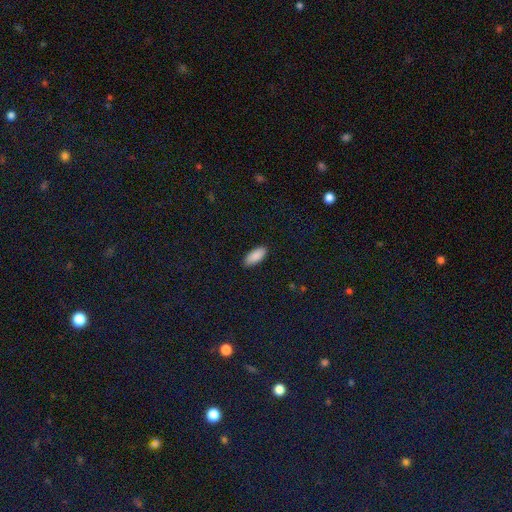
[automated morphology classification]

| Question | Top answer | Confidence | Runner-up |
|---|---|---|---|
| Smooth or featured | smooth | 90% | star or artifact (6%) |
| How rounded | in between | 86% | cigar-shaped (12%) |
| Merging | none | 90% | minor disturbance (8%) |